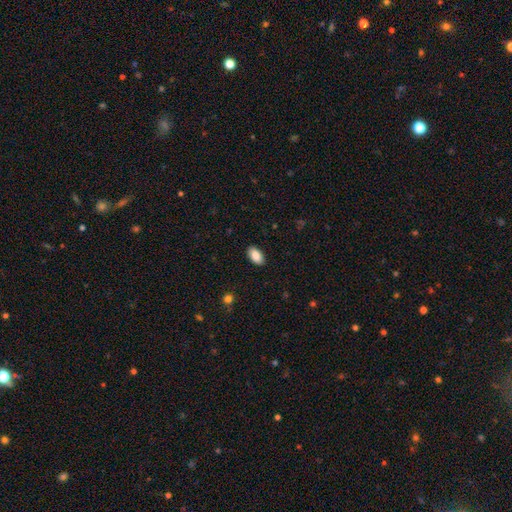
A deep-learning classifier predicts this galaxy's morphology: smooth 88%, star or artifact 7%, featured or disk 5%. Down the decision tree: how rounded — in between (94%); merging — none (89%).